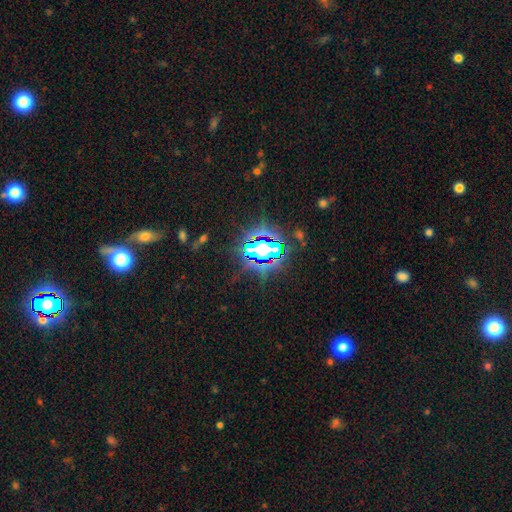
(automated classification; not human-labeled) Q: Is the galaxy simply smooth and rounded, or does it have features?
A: star or artifact — 78%.